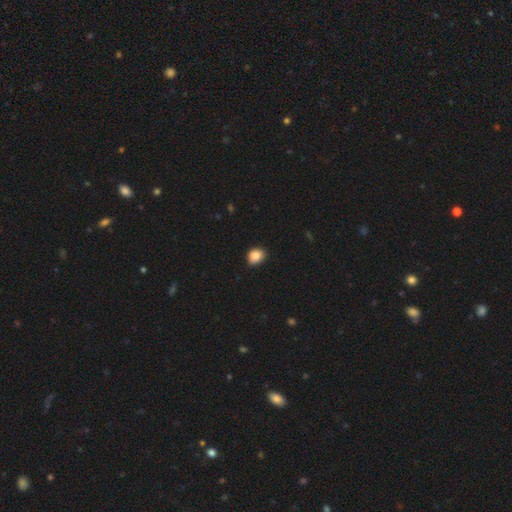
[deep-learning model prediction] A smooth galaxy with no disk features (85%) that is round (56%). Merging: none (82%).